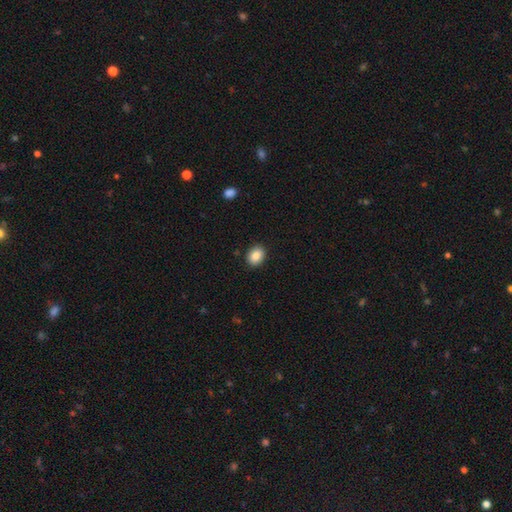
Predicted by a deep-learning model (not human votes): Morphology: type=smooth (87%); roundness=in between (59%); merging=none (90%).